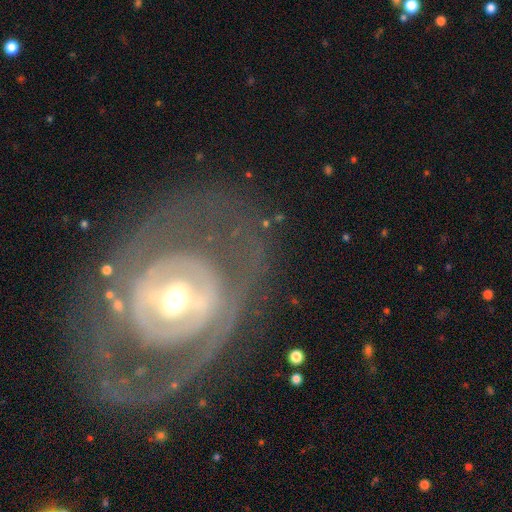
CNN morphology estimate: This is clearly a featured or disk galaxy (81%). It is clearly not viewed edge-on (94%). Bar: marginally weak (35%). Spiral arm pattern: possibly yes (58%). Central bulge: likely moderate (62%). Merging: likely none (70%).